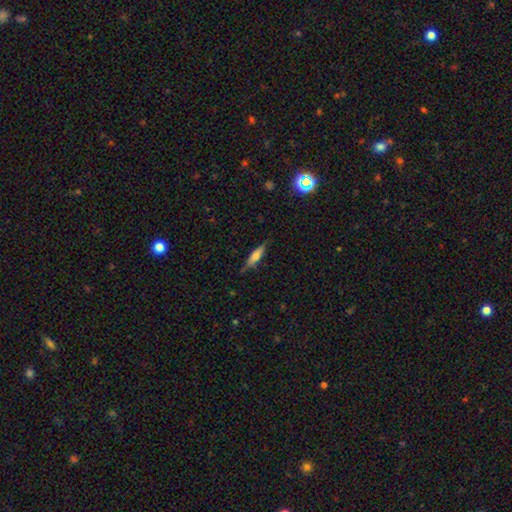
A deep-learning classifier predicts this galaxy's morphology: smooth 52%, featured or disk 41%, star or artifact 7%. Down the decision tree: how rounded — cigar-shaped (73%); merging — none (81%).